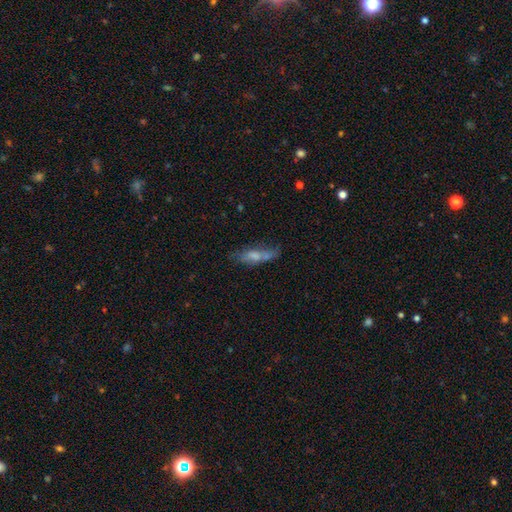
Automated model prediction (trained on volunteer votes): A smooth galaxy with no disk features (57%) that is cigar-shaped (54%).

Vote fractions:
- Smooth or featured? smooth: 57% / featured or disk: 33% / star or artifact: 10%
- How rounded? cigar-shaped: 54% / in between: 43% / round: 3%
- Merging? none: 48% / minor disturbance: 23% / merger: 16% / major disturbance: 13%